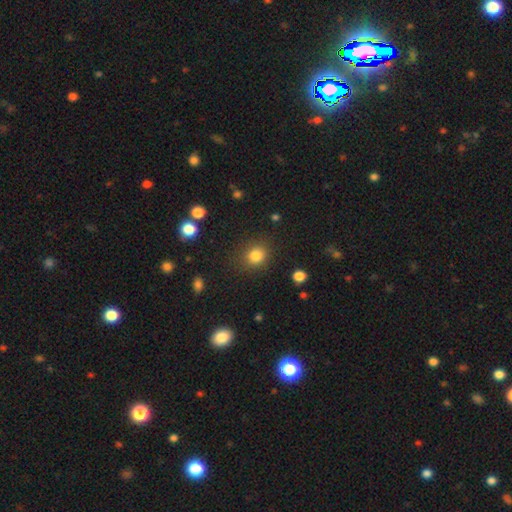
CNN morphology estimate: Smooth or featured?
  - smooth: 83% *
  - star or artifact: 12%
  - featured or disk: 5%
How rounded?
  - round: 77% *
  - in between: 22%
  - cigar-shaped: 1%
Merging?
  - none: 85% *
  - minor disturbance: 9%
  - major disturbance: 4%
  - merger: 2%